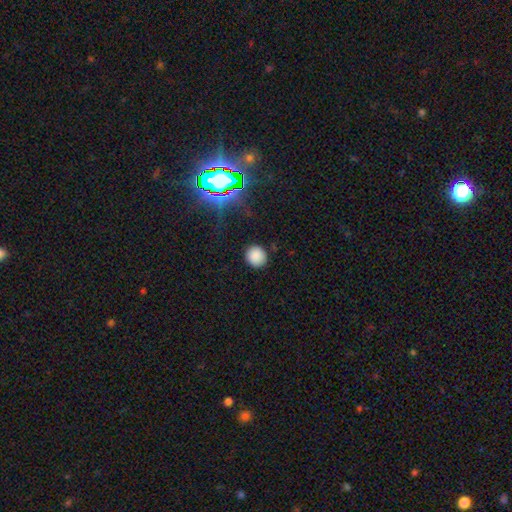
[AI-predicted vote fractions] Smooth or featured? Predicted: smooth (p=0.83). How rounded? Predicted: round (p=0.91). Merging? Predicted: none (p=0.89).